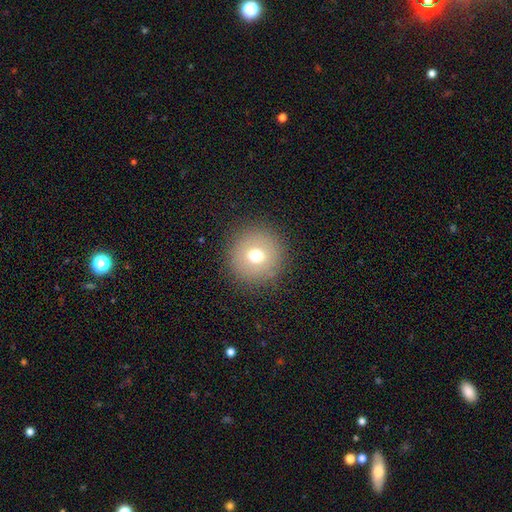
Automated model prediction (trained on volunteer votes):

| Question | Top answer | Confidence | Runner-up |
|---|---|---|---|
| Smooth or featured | smooth | 69% | featured or disk (17%) |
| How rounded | round | 95% | in between (4%) |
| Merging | none | 89% | minor disturbance (6%) |